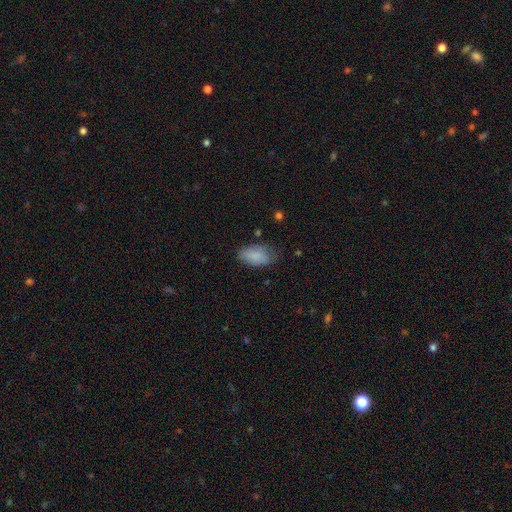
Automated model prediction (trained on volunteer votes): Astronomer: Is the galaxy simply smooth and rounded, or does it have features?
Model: smooth — 86%.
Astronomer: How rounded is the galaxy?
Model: in between — 93%.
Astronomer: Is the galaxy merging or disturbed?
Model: none — 67%.